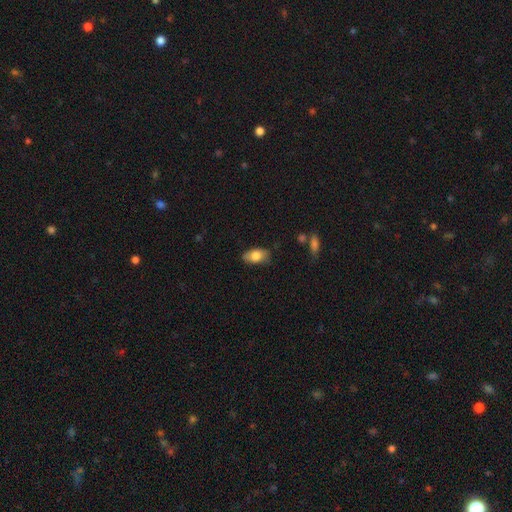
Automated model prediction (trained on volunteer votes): Smooth or featured?
  - smooth: 79% *
  - featured or disk: 14%
  - star or artifact: 7%
How rounded?
  - in between: 92% *
  - round: 5%
  - cigar-shaped: 3%
Merging?
  - none: 79% *
  - minor disturbance: 16%
  - major disturbance: 3%
  - merger: 1%